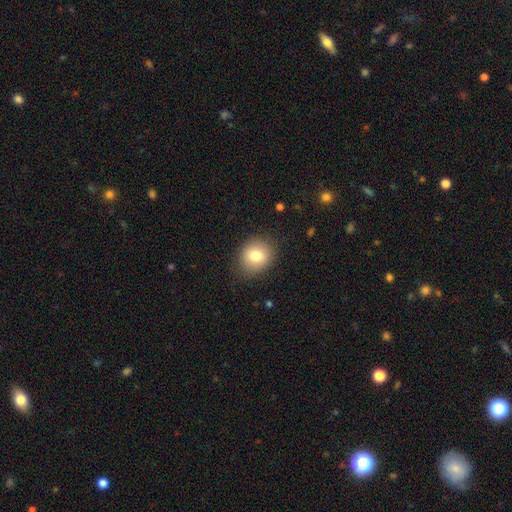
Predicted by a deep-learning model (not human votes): Smooth or featured: smooth — 79% (featured or disk — 11%)
How rounded: round — 71% (in between — 28%)
Merging: none — 85% (minor disturbance — 11%)